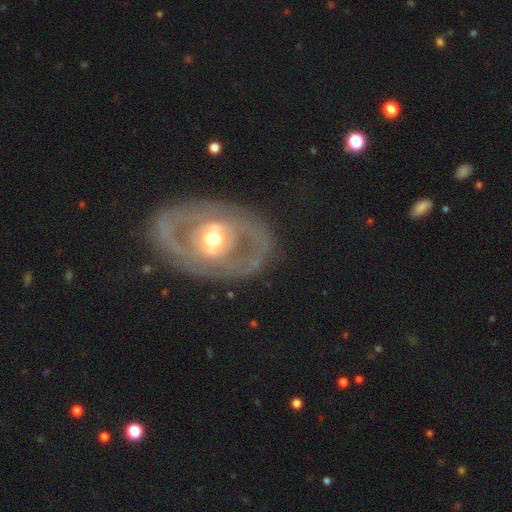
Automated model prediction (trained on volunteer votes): Smooth or featured?
  - featured or disk: 81% *
  - smooth: 14%
  - star or artifact: 5%
Edge-on disk?
  - no: 94% *
  - yes: 6%
Bar?
  - no: 52% *
  - weak: 31%
  - strong: 17%
Spiral arms?
  - yes: 66% *
  - no: 34%
Spiral winding?
  - tight: 45% *
  - medium: 38%
  - loose: 17%
Spiral arm count?
  - 2: 70% *
  - can't tell: 17%
  - 3: 4%
  - 1: 4%
  - 4: 2%
  - more than 4: 2%
Bulge size?
  - moderate: 70% *
  - small: 16%
  - large: 12%
  - dominant: 1%
  - none: 1%
Merging?
  - none: 80% *
  - minor disturbance: 12%
  - major disturbance: 6%
  - merger: 1%